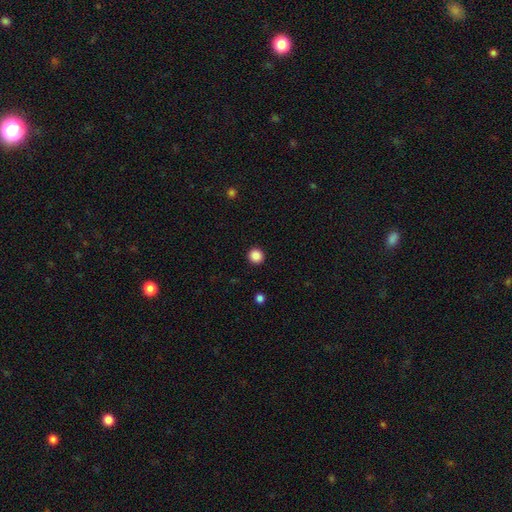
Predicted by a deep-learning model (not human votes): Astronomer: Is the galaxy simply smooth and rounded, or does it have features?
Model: smooth — 87%.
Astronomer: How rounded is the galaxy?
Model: round — 95%.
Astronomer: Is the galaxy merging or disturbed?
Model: none — 93%.